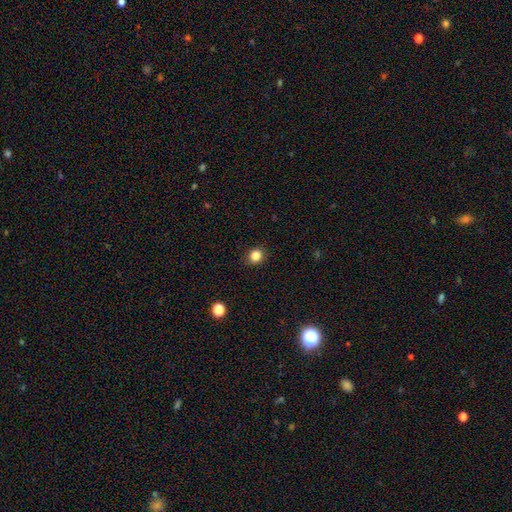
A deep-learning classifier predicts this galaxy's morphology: Q: Smooth or featured?
A: smooth (84%); runner-up: star or artifact (12%)
Q: How rounded?
A: round (76%); runner-up: in between (23%)
Q: Merging?
A: none (89%); runner-up: minor disturbance (8%)